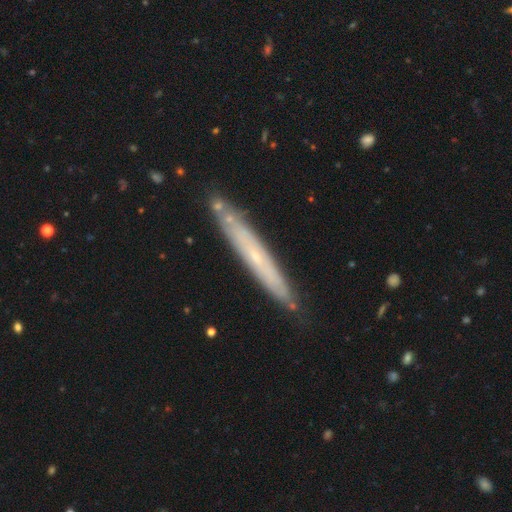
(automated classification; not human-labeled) This appears to be a featured or disk galaxy (62%) viewed edge-on (78%). Merging: none (83%).